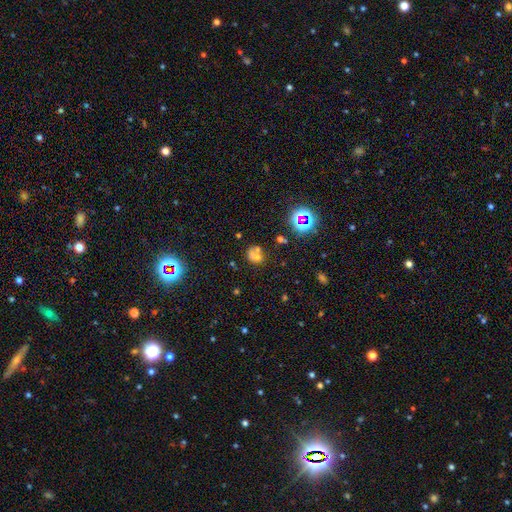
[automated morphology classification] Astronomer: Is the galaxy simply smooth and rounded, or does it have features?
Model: smooth — 54%.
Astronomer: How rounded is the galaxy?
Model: round — 62% (runner-up: in between, 37%).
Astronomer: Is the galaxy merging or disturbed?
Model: none — 43% (runner-up: merger, 34%).